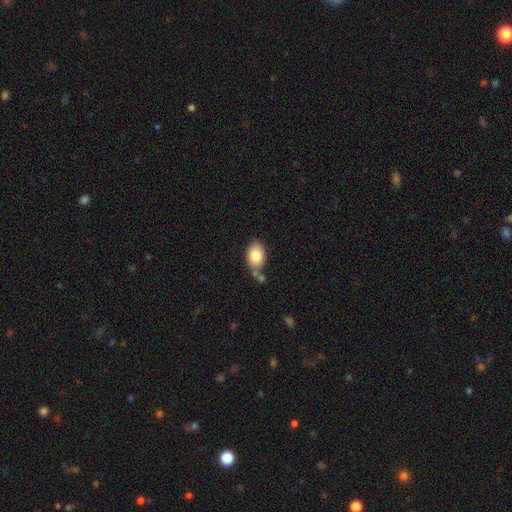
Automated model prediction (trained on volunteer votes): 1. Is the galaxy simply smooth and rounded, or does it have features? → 83% smooth, 10% featured or disk, 7% star or artifact.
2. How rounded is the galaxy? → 86% in between, 13% round, 1% cigar-shaped.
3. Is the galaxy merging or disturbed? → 55% none, 20% merger, 19% minor disturbance, 6% major disturbance.